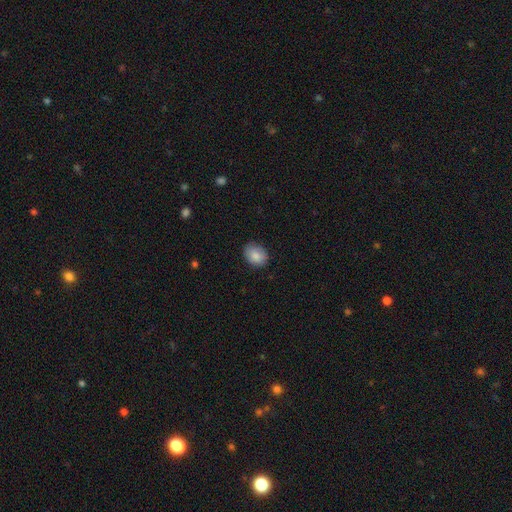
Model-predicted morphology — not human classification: Smooth or featured? smooth (85%)
How rounded? in between (61%)
Merging? none (83%)